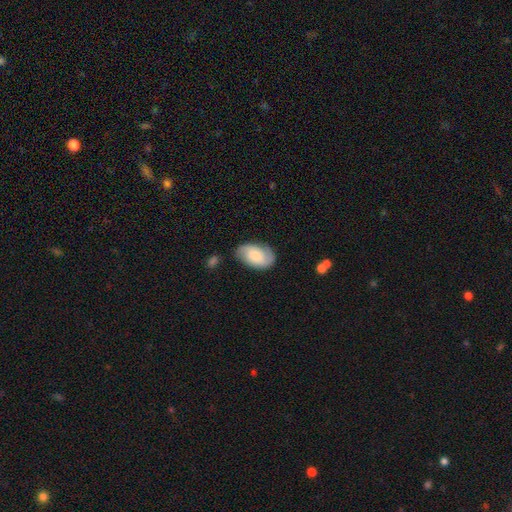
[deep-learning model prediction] Morphology: type=featured or disk (48%); merging=none (71%).